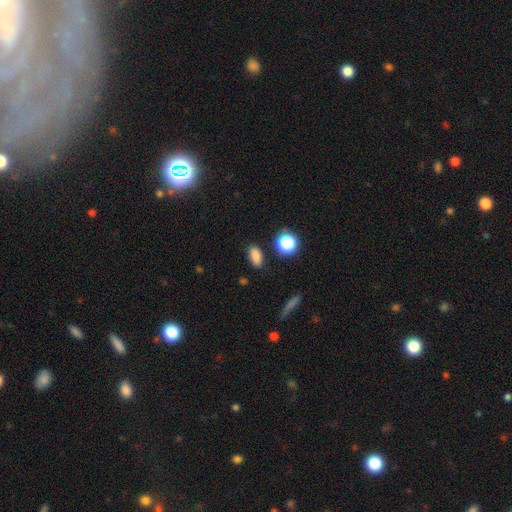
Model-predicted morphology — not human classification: This appears to be a smooth galaxy with no disk features (83%) that is in between round and cigar-shaped (83%). Merging: none (83%).